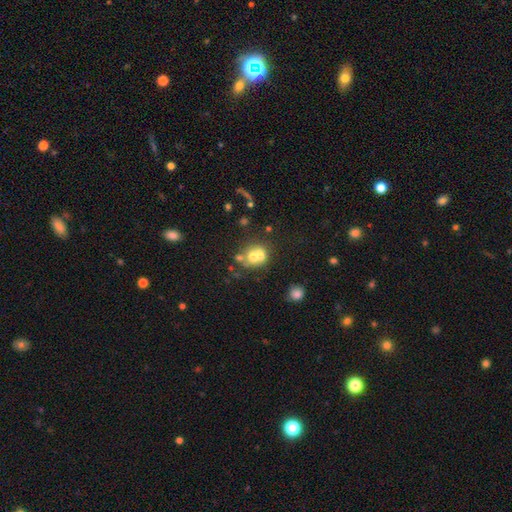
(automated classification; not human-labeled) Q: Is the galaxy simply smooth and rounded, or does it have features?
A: smooth — 59%.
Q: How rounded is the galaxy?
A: round — 72%.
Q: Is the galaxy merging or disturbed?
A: merger — 58%.